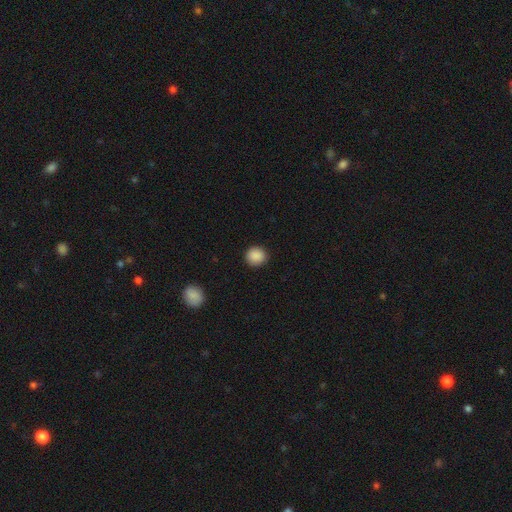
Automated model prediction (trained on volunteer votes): Smooth or featured?
  - smooth: 88% *
  - star or artifact: 9%
  - featured or disk: 3%
How rounded?
  - round: 90% *
  - in between: 9%
  - cigar-shaped: 1%
Merging?
  - none: 91% *
  - minor disturbance: 6%
  - major disturbance: 2%
  - merger: 1%